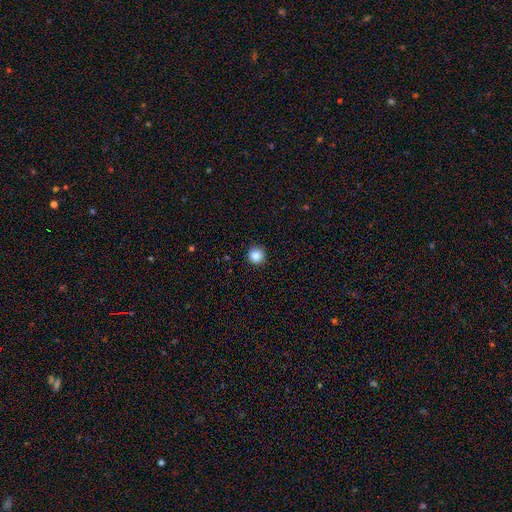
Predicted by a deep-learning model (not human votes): This appears to be a smooth galaxy with no disk features (86%) that is round (95%). Merging: none (92%).